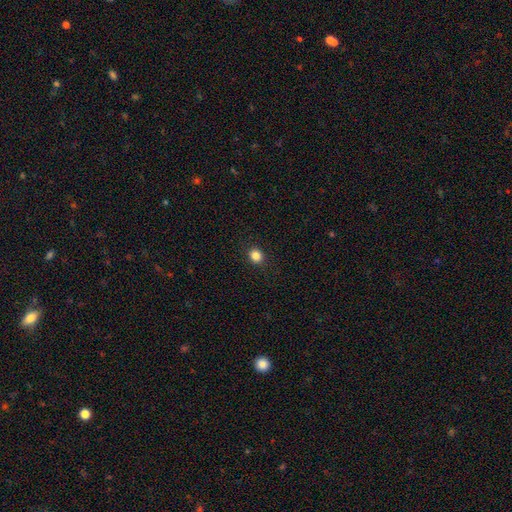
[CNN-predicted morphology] Overall: smooth (85%). How rounded: round (75%). Merging: none (91%).